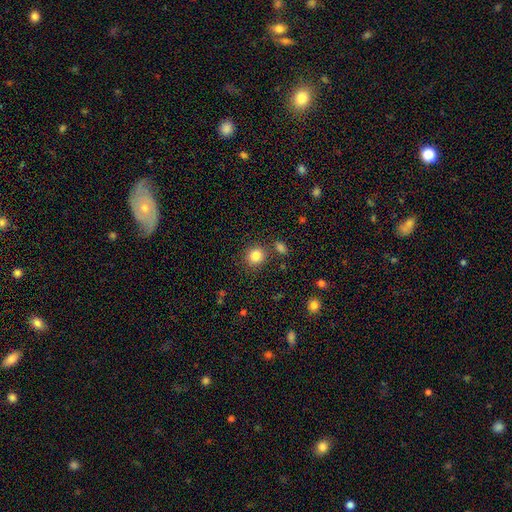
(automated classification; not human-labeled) Overall: smooth (84%). How rounded: round (86%). Merging: none (79%).